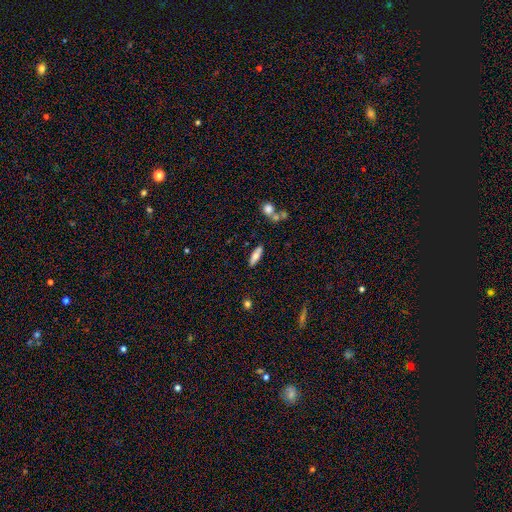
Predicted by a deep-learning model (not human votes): Smooth or featured? Predicted: smooth (p=0.71). How rounded? Predicted: in between (p=0.51). Merging? Predicted: none (p=0.83).